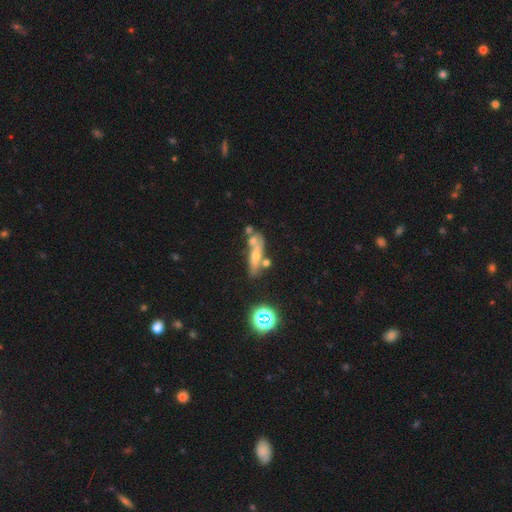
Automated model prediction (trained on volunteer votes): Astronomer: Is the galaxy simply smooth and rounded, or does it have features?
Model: featured or disk — 45% (runner-up: smooth, 39%).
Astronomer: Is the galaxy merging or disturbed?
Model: none — 48% (runner-up: merger, 27%).